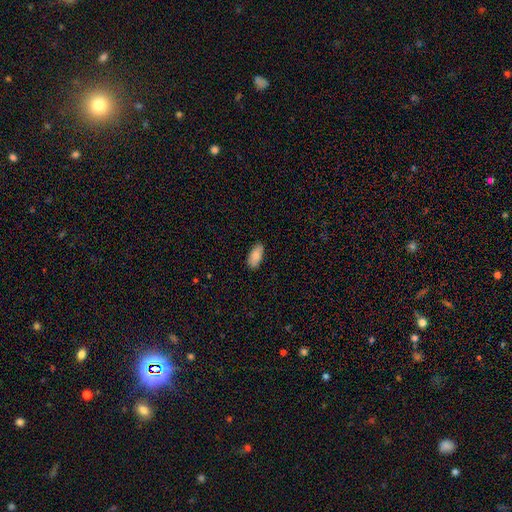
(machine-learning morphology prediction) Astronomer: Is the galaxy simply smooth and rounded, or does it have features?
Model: smooth — 88%.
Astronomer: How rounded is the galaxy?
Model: in between — 90%.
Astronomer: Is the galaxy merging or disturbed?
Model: none — 86%.